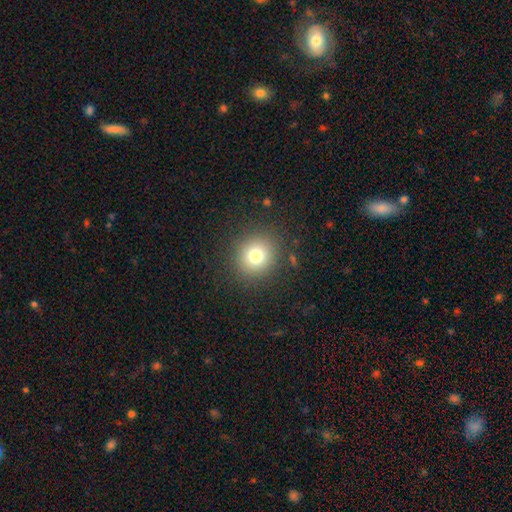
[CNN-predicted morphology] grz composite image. It shows a smooth galaxy with no disk features (77%) that is round (87%). Merging: none (88%).